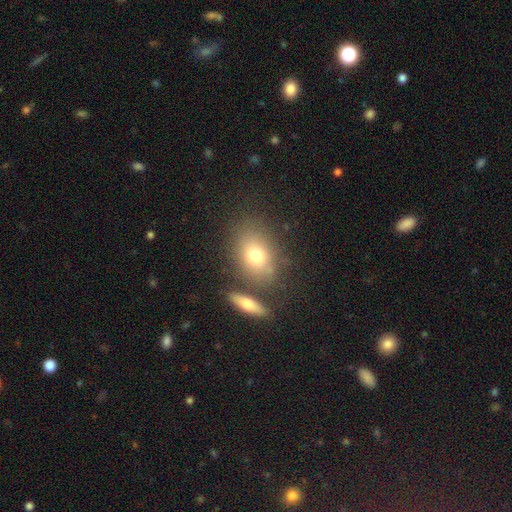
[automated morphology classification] A smooth galaxy with no disk features (72%) that is in between round and cigar-shaped (66%). Merging: none (69%).